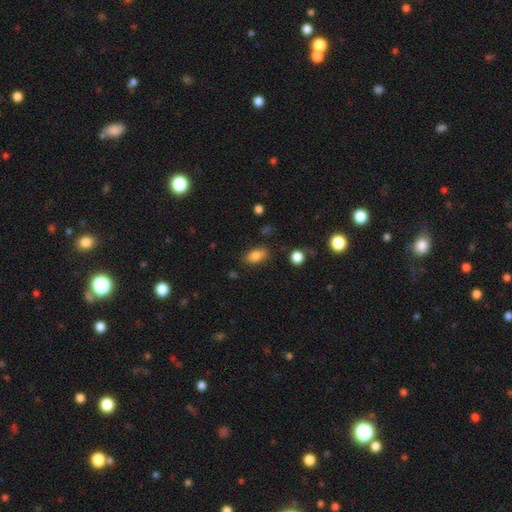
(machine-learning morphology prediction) Smooth or featured?
  - smooth: 81% *
  - star or artifact: 10%
  - featured or disk: 9%
How rounded?
  - in between: 86% *
  - round: 8%
  - cigar-shaped: 6%
Merging?
  - none: 79% *
  - minor disturbance: 15%
  - major disturbance: 4%
  - merger: 3%